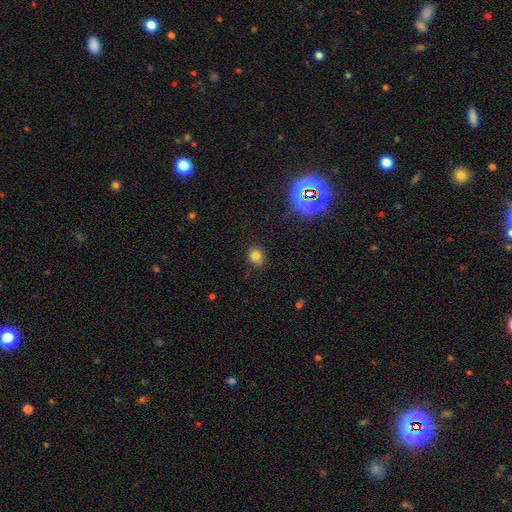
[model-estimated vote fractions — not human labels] Overall: smooth (77%). How rounded: round (78%). Merging: none (76%).